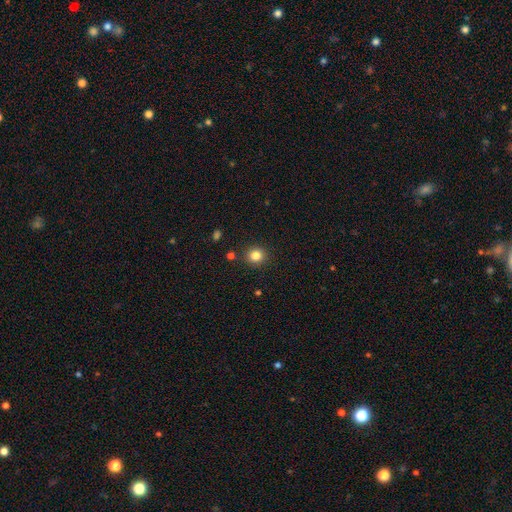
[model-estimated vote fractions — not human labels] smooth_or_featured: smooth (p=0.83) [alt: star or artifact p=0.12]
how_rounded: round (p=0.88) [alt: in between p=0.11]
merging: none (p=0.88) [alt: minor disturbance p=0.07]